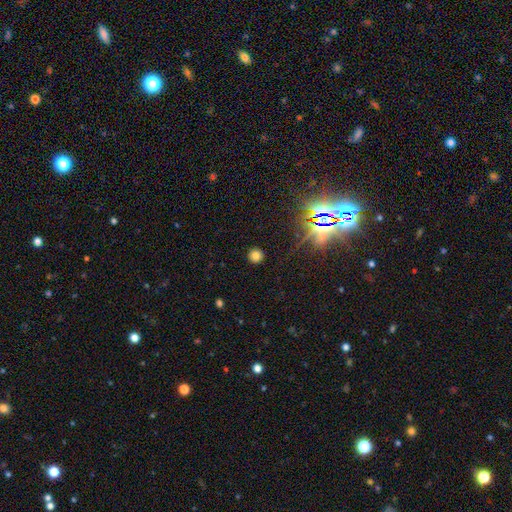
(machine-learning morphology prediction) Q: Smooth or featured?
A: smooth (73%); runner-up: star or artifact (20%)
Q: How rounded?
A: round (94%); runner-up: in between (5%)
Q: Merging?
A: none (91%); runner-up: minor disturbance (6%)